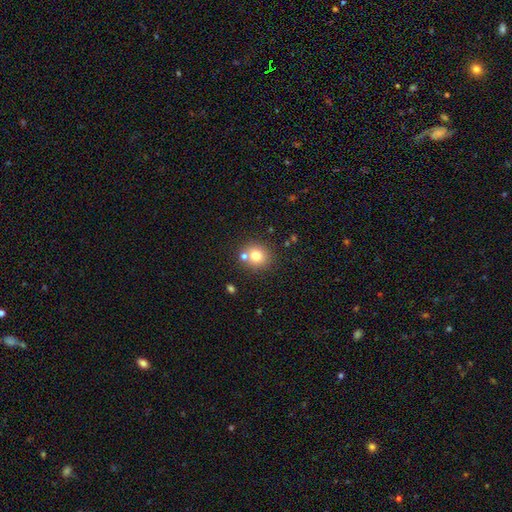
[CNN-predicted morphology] Smooth or featured? Predicted: smooth (p=0.75). How rounded? Predicted: round (p=0.87). Merging? Predicted: none (p=0.70).